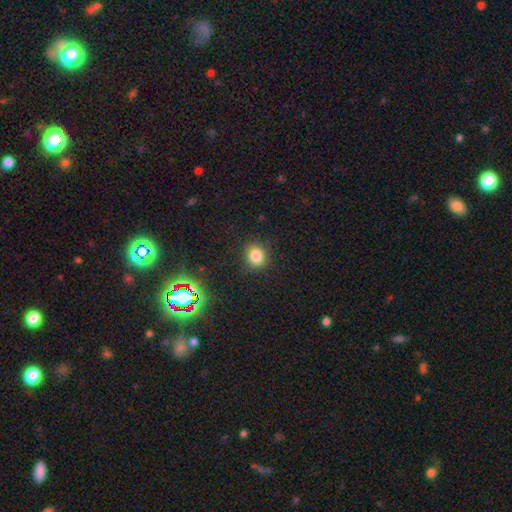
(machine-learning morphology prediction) type=smooth (81%); roundness=round (77%); merging=none (88%).